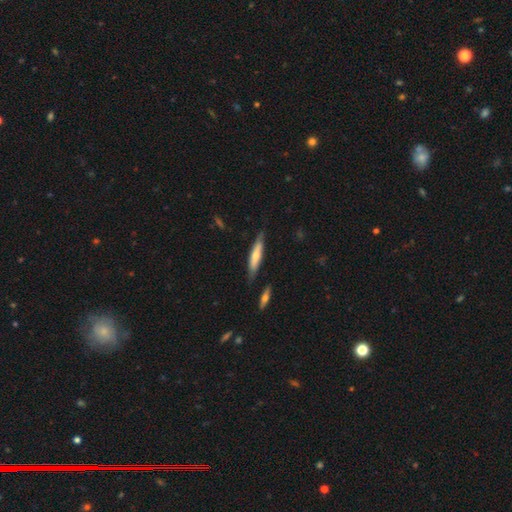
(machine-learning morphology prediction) Smooth or featured?
  - smooth: 57% *
  - featured or disk: 37%
  - star or artifact: 6%
How rounded?
  - cigar-shaped: 86% *
  - in between: 13%
  - round: 1%
Merging?
  - none: 77% *
  - minor disturbance: 16%
  - merger: 4%
  - major disturbance: 3%